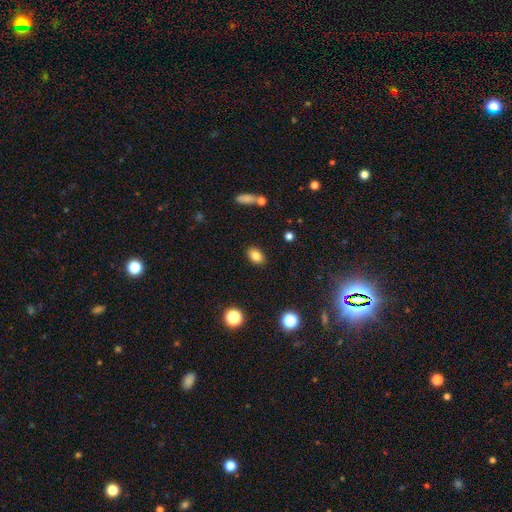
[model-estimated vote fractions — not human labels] Smooth or featured? smooth (83%)
How rounded? in between (78%)
Merging? none (87%)